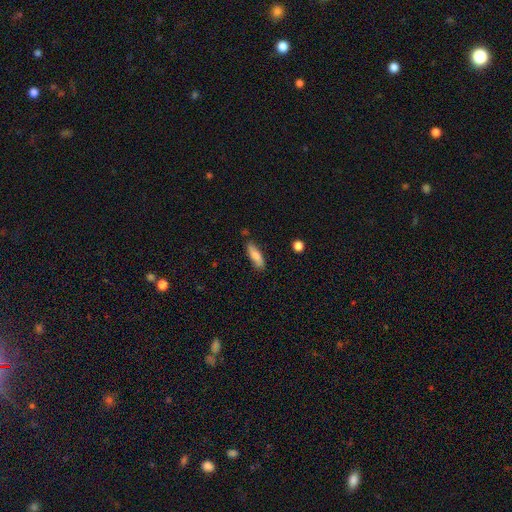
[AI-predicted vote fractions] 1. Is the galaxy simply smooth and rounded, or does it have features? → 78% smooth, 15% featured or disk, 7% star or artifact.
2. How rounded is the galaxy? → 51% cigar-shaped, 47% in between, 2% round.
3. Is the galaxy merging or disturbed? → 79% none, 16% minor disturbance, 3% major disturbance, 3% merger.